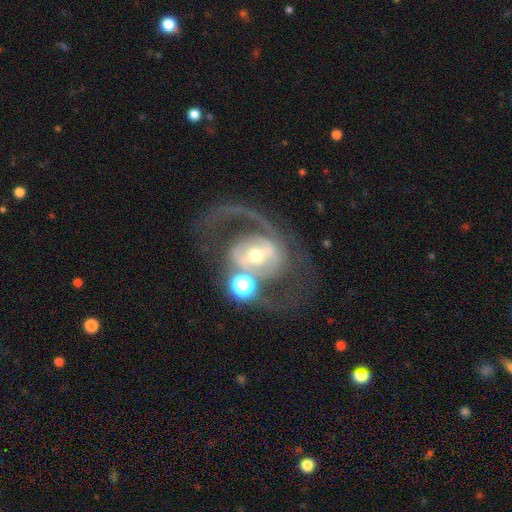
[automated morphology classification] smooth_or_featured: featured or disk (p=0.79) [alt: smooth p=0.13]
disk_edge_on: no (p=0.96) [alt: yes p=0.04]
bar: strong (p=0.36) [alt: weak p=0.35]
has_spiral_arms: yes (p=0.79) [alt: no p=0.21]
spiral_winding: medium (p=0.45) [alt: loose p=0.39]
spiral_arm_count: 2 (p=0.73) [alt: 1 p=0.14]
bulge_size: moderate (p=0.59) [alt: small p=0.31]
merging: none (p=0.43) [alt: major disturbance p=0.26]